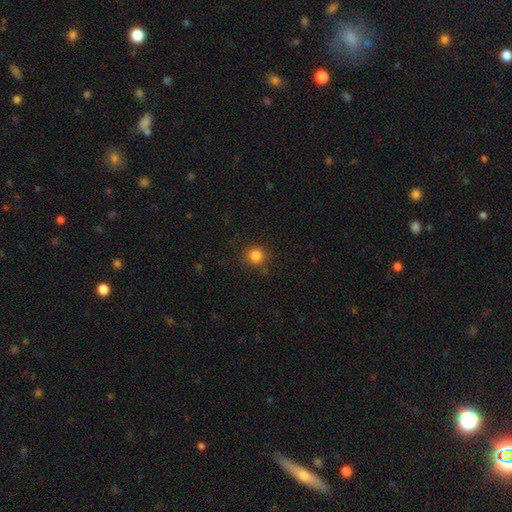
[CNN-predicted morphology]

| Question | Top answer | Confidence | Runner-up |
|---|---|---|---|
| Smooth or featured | smooth | 84% | star or artifact (12%) |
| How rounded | round | 93% | in between (6%) |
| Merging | none | 84% | minor disturbance (11%) |